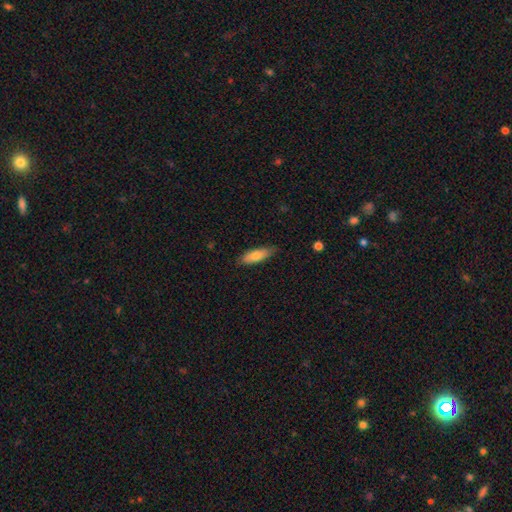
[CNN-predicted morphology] type=smooth (77%); roundness=in between (52%); merging=none (81%).